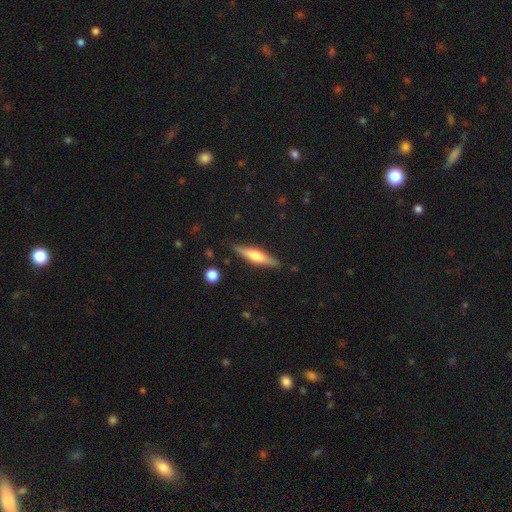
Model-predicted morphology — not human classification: featured or disk 53%, smooth 42%, star or artifact 6%. Down the decision tree: edge-on disk — yes (94%); merging — none (87%).